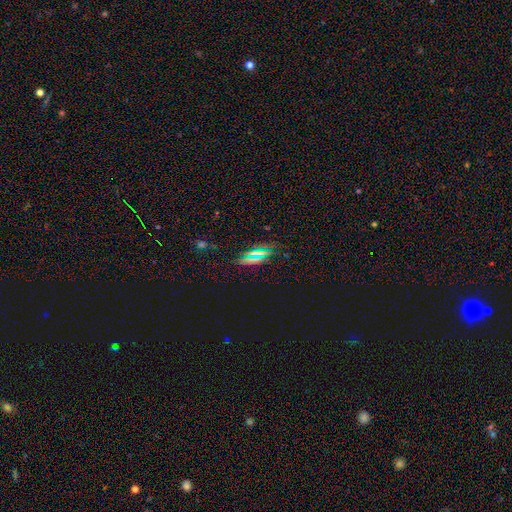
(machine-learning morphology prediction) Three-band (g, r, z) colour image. It shows a smooth galaxy with no disk features (46%). Merging: none (78%).